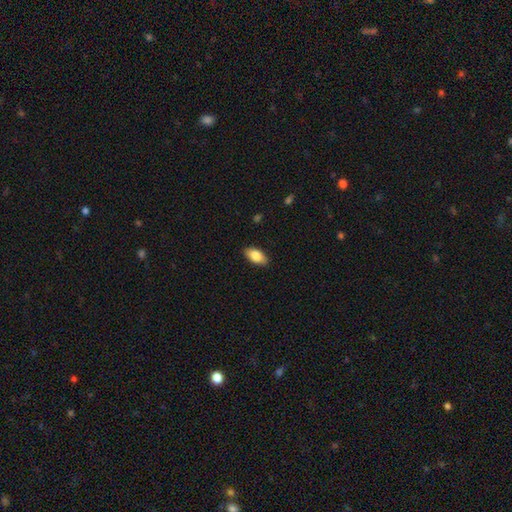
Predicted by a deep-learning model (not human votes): This is clearly a smooth galaxy (84%). How rounded: clearly in between (92%). Merging: clearly none (88%).